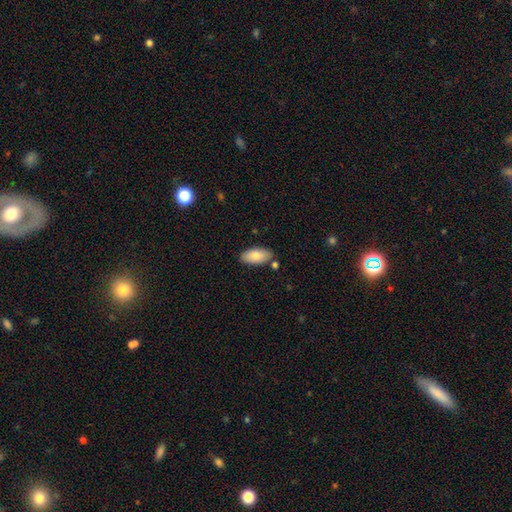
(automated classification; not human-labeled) A smooth galaxy with no disk features (83%) that is in between round and cigar-shaped (92%).

Vote fractions:
- Smooth or featured? smooth: 83% / featured or disk: 11% / star or artifact: 6%
- How rounded? in between: 92% / cigar-shaped: 5% / round: 2%
- Merging? none: 81% / minor disturbance: 12% / merger: 5% / major disturbance: 2%